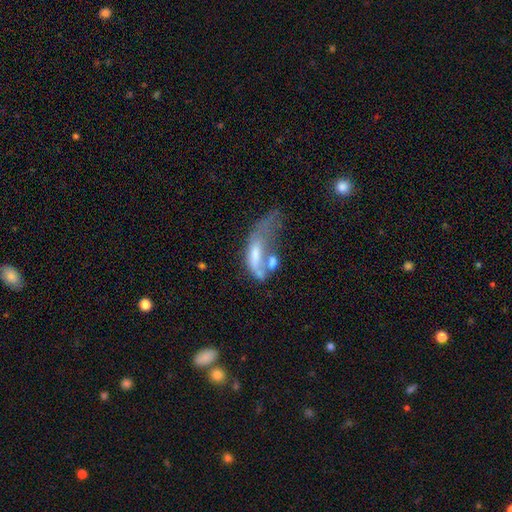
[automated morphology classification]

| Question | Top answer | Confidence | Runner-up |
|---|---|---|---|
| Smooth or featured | smooth | 50% | featured or disk (39%) |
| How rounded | in between | 63% | cigar-shaped (32%) |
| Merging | merger | 40% | tied: major disturbance (40%) |